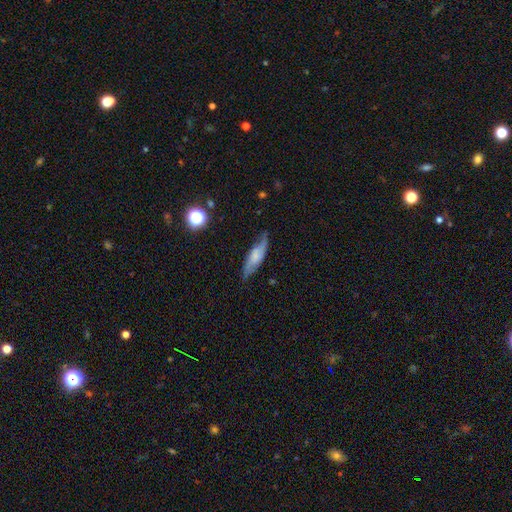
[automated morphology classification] A featured or disk galaxy (52%).

Vote fractions:
- Smooth or featured? featured or disk: 52% / smooth: 41% / star or artifact: 8%
- Edge-on disk? no: 65% / yes: 35%
- Merging? none: 74% / minor disturbance: 19% / major disturbance: 5% / merger: 2%